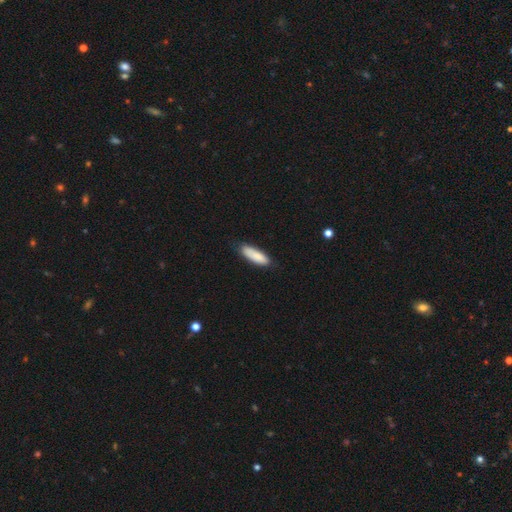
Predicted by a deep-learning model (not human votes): The model was most divided on "how rounded": in between: 54%, cigar-shaped: 45%, round: 2%. More confident: smooth or featured — smooth (86%); merging — none (78%).